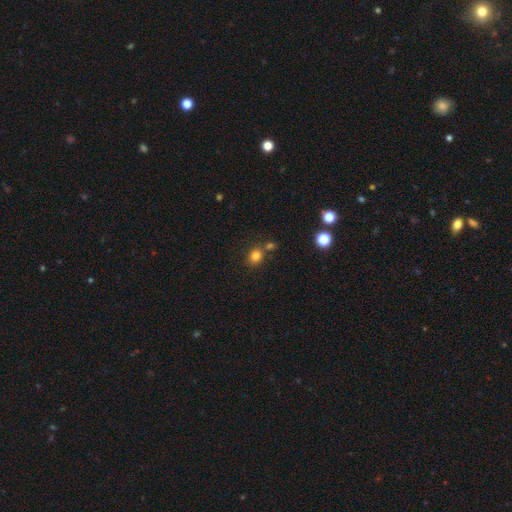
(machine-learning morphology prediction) smooth-or-featured: smooth: 81% | star or artifact: 13% | featured or disk: 6%
  how-rounded: round: 72% | in between: 27% | cigar-shaped: 1%
  merging: none: 67% | merger: 20% | minor disturbance: 10% | major disturbance: 3%